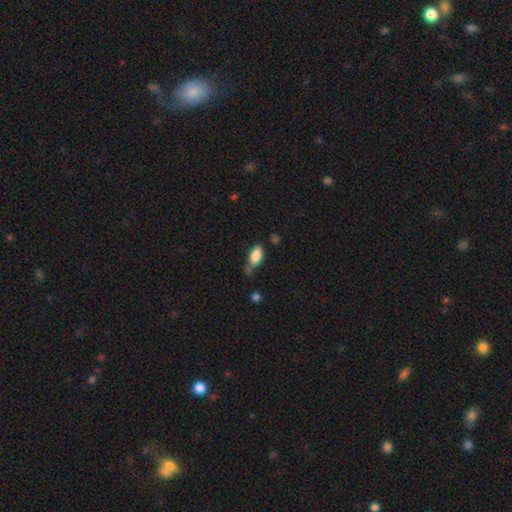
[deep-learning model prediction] smooth 86%, star or artifact 8%, featured or disk 6%. Down the decision tree: how rounded — in between (91%); merging — none (54%).